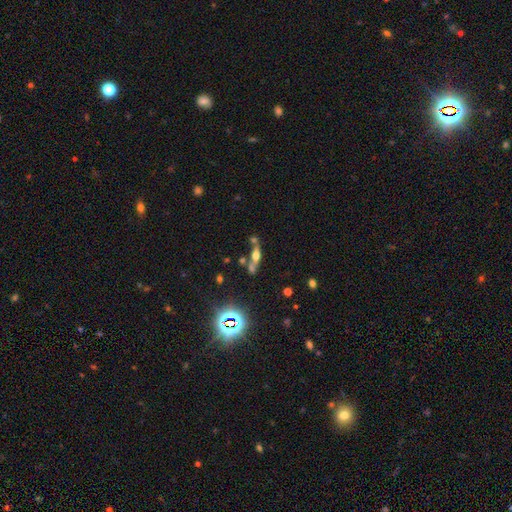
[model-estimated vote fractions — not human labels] Smooth or featured? Predicted: featured or disk (p=0.54). Edge-on disk? Predicted: yes (p=0.81). Merging? Predicted: none (p=0.52).